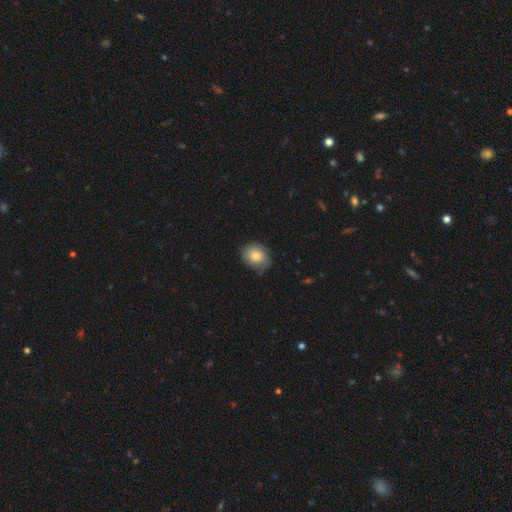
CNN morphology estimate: This appears to be a smooth galaxy with no disk features (73%) that is in between round and cigar-shaped (50%, tied with round). Merging: none (65%).